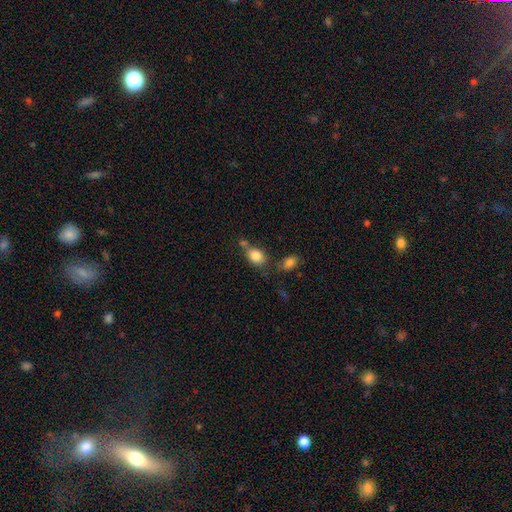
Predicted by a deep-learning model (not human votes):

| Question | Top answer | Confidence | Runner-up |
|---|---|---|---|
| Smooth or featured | smooth | 83% | star or artifact (9%) |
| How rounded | in between | 70% | round (29%) |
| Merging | none | 52% | merger (24%) |